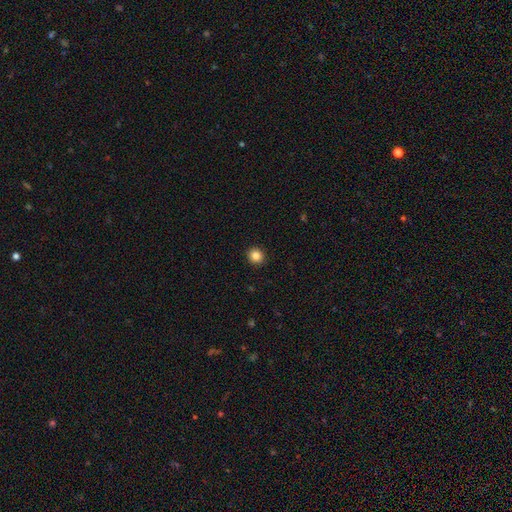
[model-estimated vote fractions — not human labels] smooth 84%, star or artifact 11%, featured or disk 5%. Down the decision tree: how rounded — round (92%); merging — none (93%).